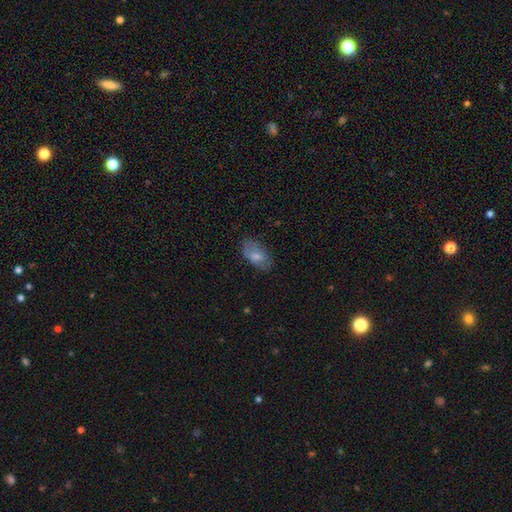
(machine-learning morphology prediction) type=smooth (69%); roundness=in between (93%); merging=none (72%).